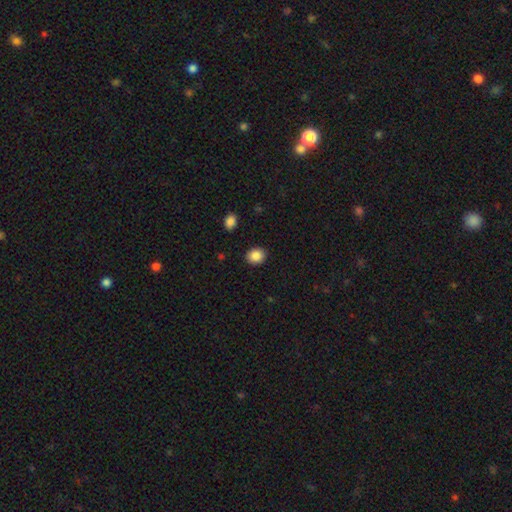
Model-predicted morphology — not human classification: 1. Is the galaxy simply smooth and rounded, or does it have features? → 87% smooth, 8% star or artifact, 4% featured or disk.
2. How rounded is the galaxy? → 61% round, 38% in between, 1% cigar-shaped.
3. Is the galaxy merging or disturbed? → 90% none, 7% minor disturbance, 2% major disturbance, 1% merger.